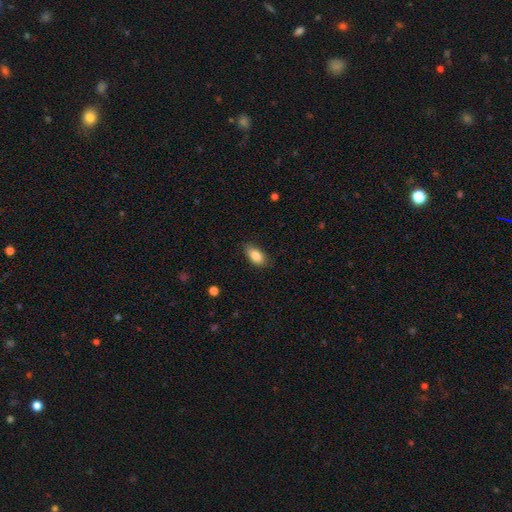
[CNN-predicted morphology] A smooth galaxy with no disk features (86%) that is in between round and cigar-shaped (90%).

Vote fractions:
- Smooth or featured? smooth: 86% / star or artifact: 7% / featured or disk: 7%
- How rounded? in between: 90% / cigar-shaped: 6% / round: 5%
- Merging? none: 80% / minor disturbance: 16% / major disturbance: 3% / merger: 1%